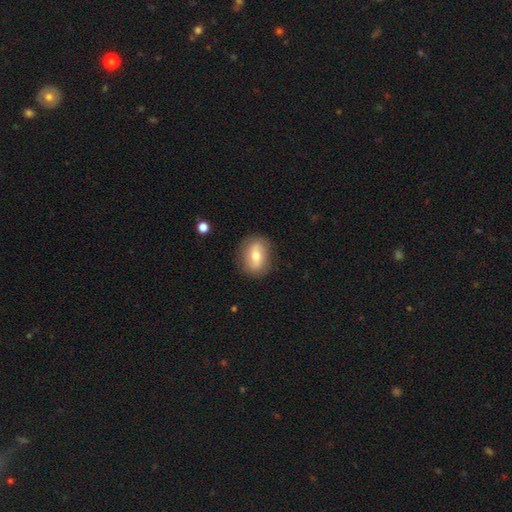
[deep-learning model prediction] smooth_or_featured: smooth (p=0.58) [alt: featured or disk p=0.34]
how_rounded: in between (p=0.62) [alt: round p=0.35]
merging: none (p=0.83) [alt: minor disturbance p=0.12]